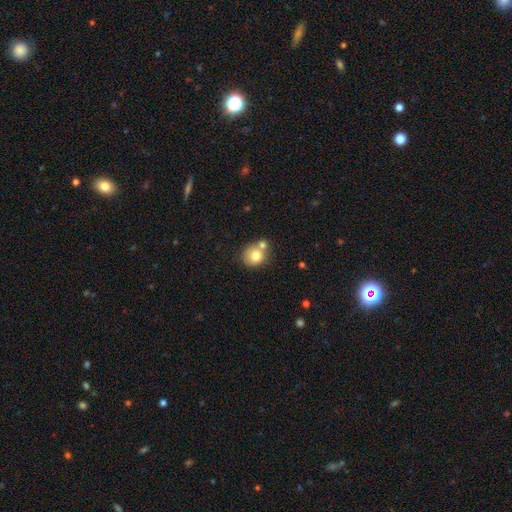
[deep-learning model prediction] This appears to be a smooth galaxy with no disk features (76%) that is round (77%). Merging: none (51%).